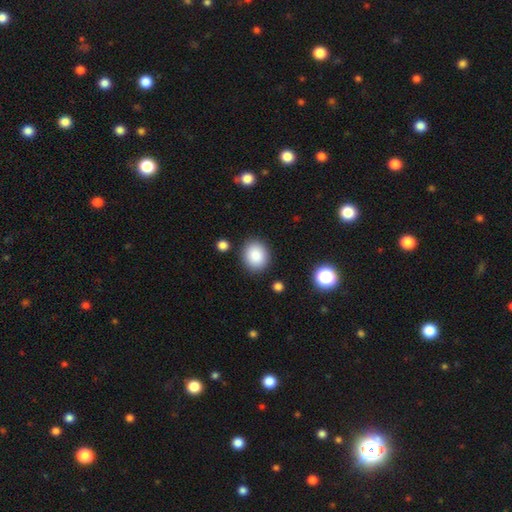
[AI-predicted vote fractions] Smooth or featured?
  - smooth: 86% *
  - star or artifact: 8%
  - featured or disk: 6%
How rounded?
  - round: 69% *
  - in between: 30%
  - cigar-shaped: 1%
Merging?
  - none: 87% *
  - minor disturbance: 8%
  - major disturbance: 2%
  - merger: 2%